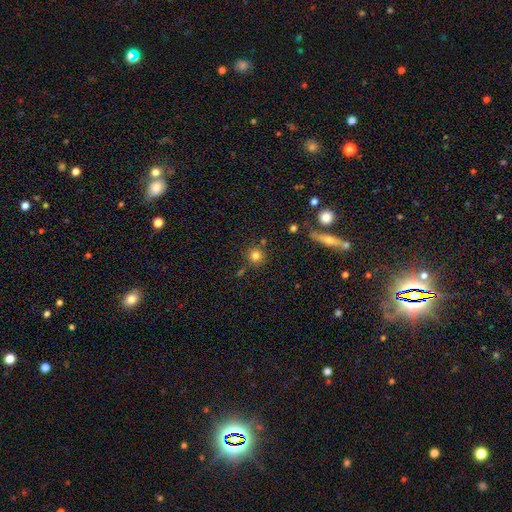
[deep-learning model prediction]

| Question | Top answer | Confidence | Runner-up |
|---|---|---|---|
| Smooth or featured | smooth | 79% | star or artifact (14%) |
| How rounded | round | 93% | in between (6%) |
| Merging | none | 79% | minor disturbance (9%) |